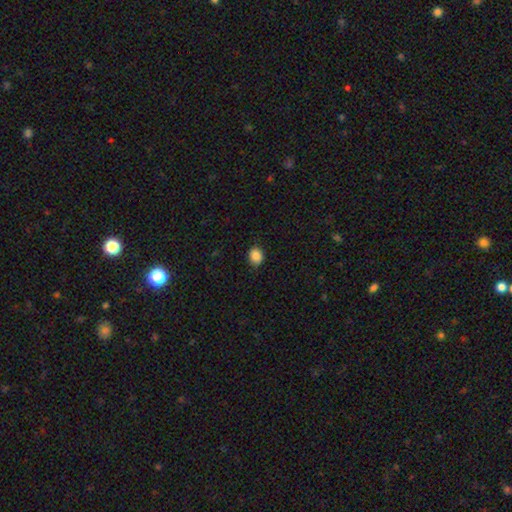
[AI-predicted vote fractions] The model was most divided on "how rounded": round: 53%, in between: 47%, cigar-shaped: 1%. More confident: smooth or featured — smooth (87%); merging — none (86%).